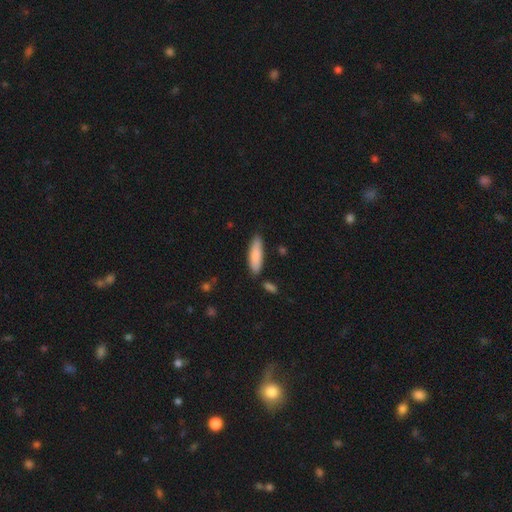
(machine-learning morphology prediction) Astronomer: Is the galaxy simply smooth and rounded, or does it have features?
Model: smooth — 85%.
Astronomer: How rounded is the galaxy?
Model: cigar-shaped — 59% (runner-up: in between, 39%).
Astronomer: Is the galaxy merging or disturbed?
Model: none — 81%.